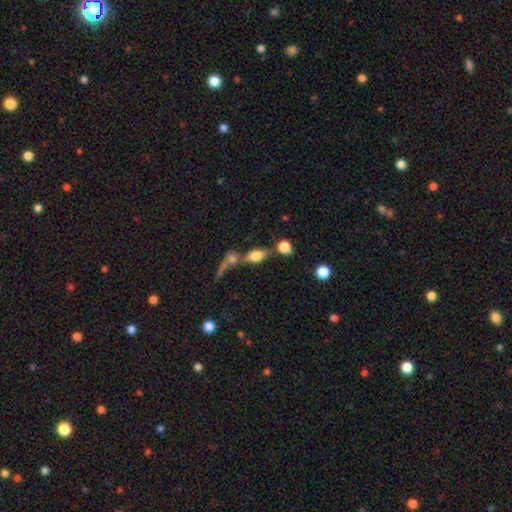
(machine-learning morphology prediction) Smooth or featured: smooth — 60% (featured or disk — 28%)
How rounded: in between — 69% (cigar-shaped — 18%)
Merging: none — 48% (merger — 33%)